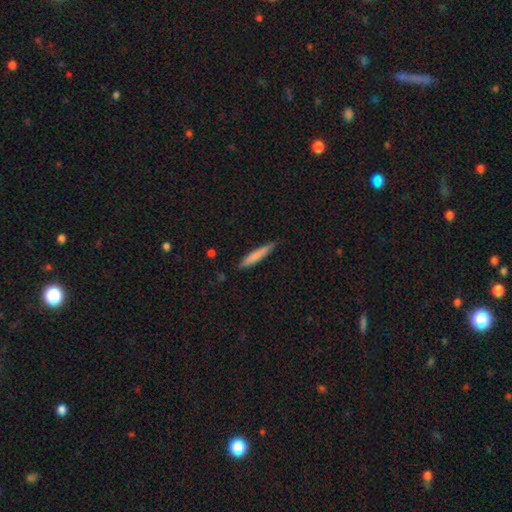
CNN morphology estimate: Smooth or featured? Predicted: smooth (p=0.76). How rounded? Predicted: cigar-shaped (p=0.92). Merging? Predicted: none (p=0.84).